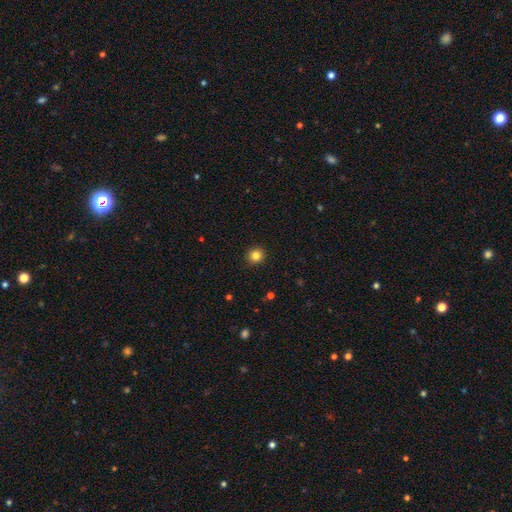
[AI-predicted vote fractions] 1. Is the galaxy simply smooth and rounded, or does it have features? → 83% smooth, 12% star or artifact, 5% featured or disk.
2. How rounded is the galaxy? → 92% round, 7% in between, 1% cigar-shaped.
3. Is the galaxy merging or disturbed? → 92% none, 6% minor disturbance, 2% major disturbance, 1% merger.